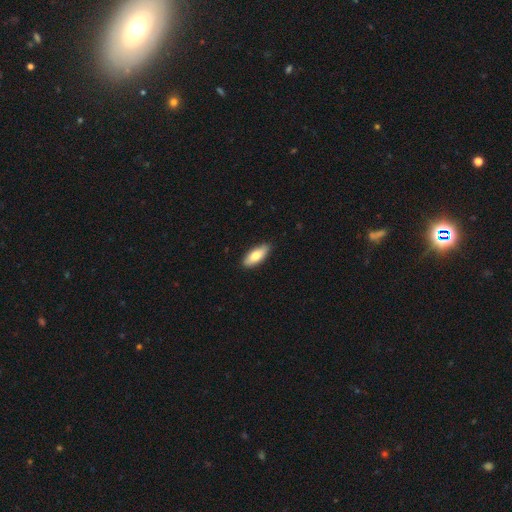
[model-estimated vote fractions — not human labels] Smooth or featured? Predicted: smooth (p=0.76). How rounded? Predicted: in between (p=0.80). Merging? Predicted: none (p=0.88).